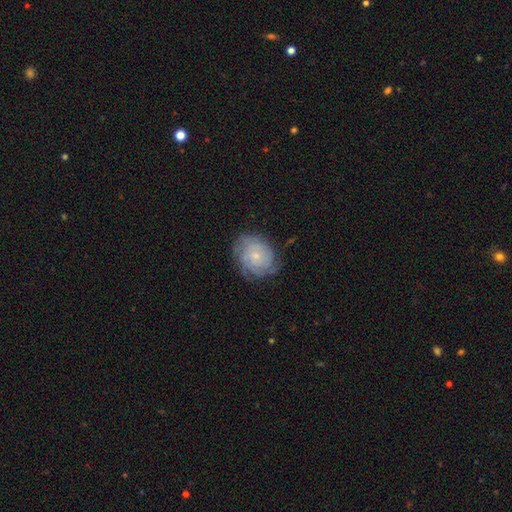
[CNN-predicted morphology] Q: Smooth or featured?
A: featured or disk (73%); runner-up: smooth (20%)
Q: Edge-on disk?
A: no (97%); runner-up: yes (3%)
Q: Bar?
A: no (81%); runner-up: weak (17%)
Q: Spiral arms?
A: yes (93%); runner-up: no (7%)
Q: Spiral winding?
A: tight (75%); runner-up: medium (20%)
Q: Spiral arm count?
A: can't tell (44%); runner-up: 3 (16%)
Q: Bulge size?
A: small (73%); runner-up: moderate (21%)
Q: Merging?
A: none (73%); runner-up: minor disturbance (19%)